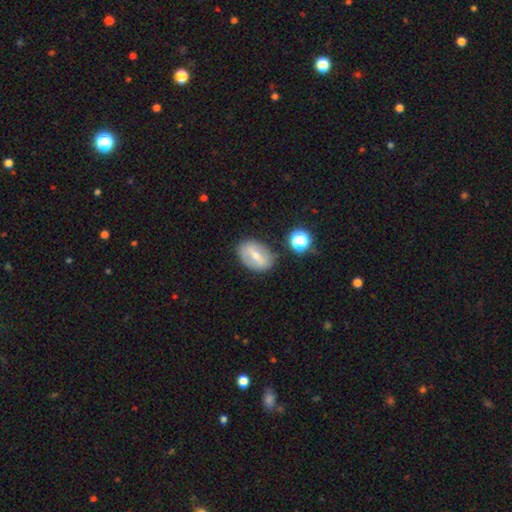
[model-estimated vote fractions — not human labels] Smooth or featured? smooth (46%)
Merging? none (77%)